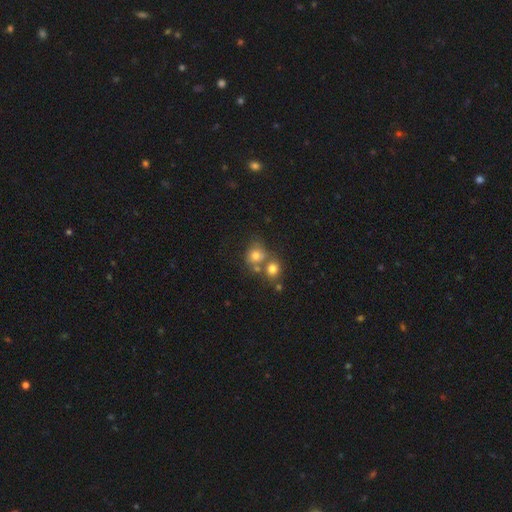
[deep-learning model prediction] This appears to be a smooth galaxy with no disk features (73%) that is round (74%). Merging: none (42%).